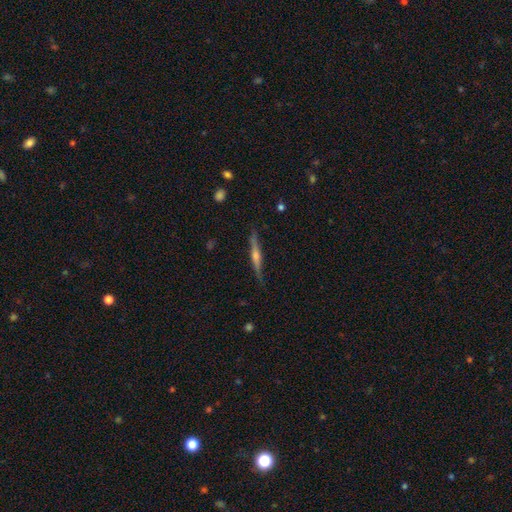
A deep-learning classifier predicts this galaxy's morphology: type=featured or disk (74%); edge-on=yes (98%); edge-on bulge=rounded (83%); merging=none (88%).